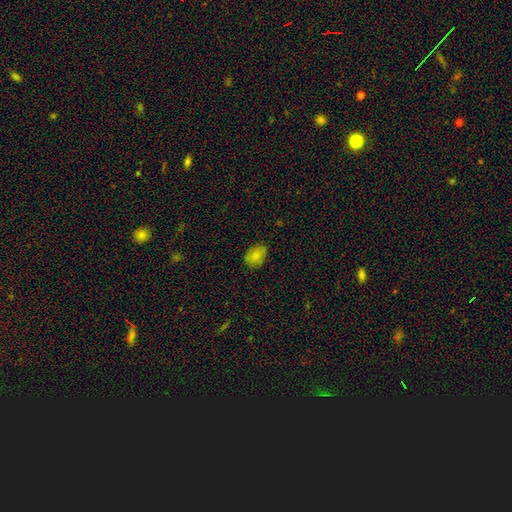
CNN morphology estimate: Smooth or featured? smooth (82%)
How rounded? in between (74%)
Merging? none (79%)